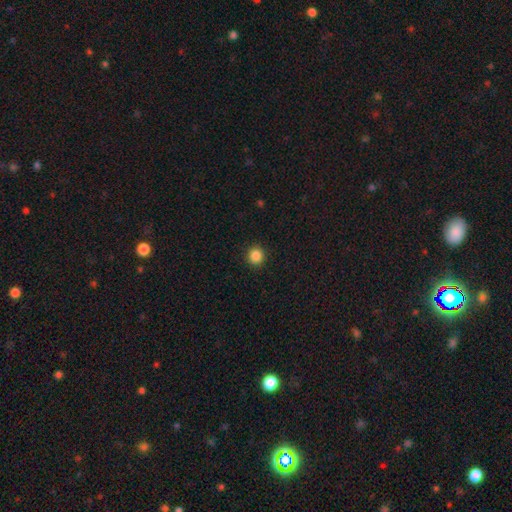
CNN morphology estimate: Smooth or featured: smooth — 86% (star or artifact — 11%)
How rounded: round — 92% (in between — 7%)
Merging: none — 92% (minor disturbance — 5%)